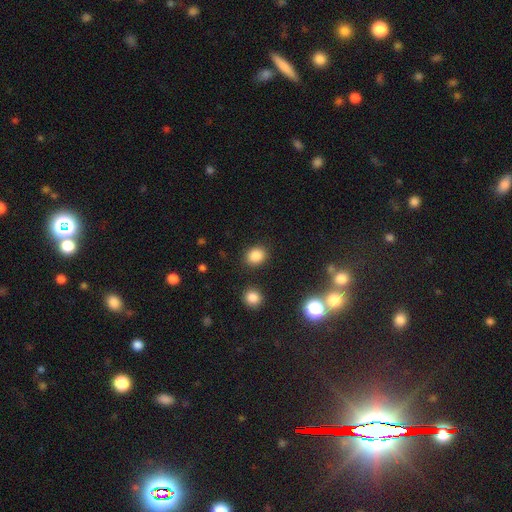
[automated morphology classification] Smooth or featured? Predicted: smooth (p=0.85). How rounded? Predicted: round (p=0.56). Merging? Predicted: none (p=0.86).